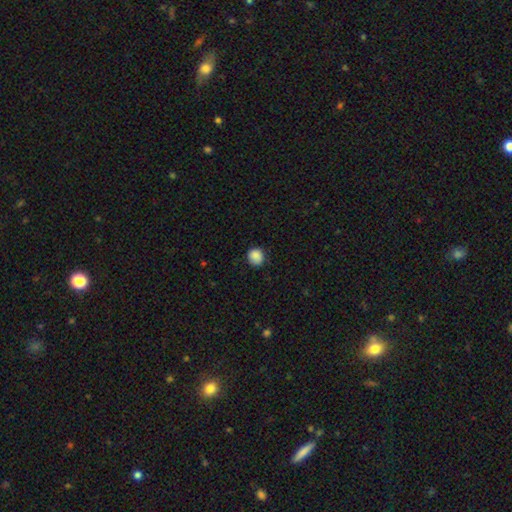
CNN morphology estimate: Smooth or featured? smooth (86%)
How rounded? round (84%)
Merging? none (80%)